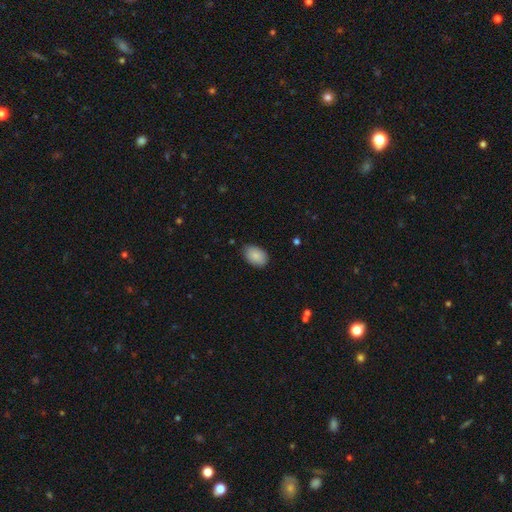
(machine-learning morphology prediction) A smooth galaxy with no disk features (87%) that is in between round and cigar-shaped (87%).

Vote fractions:
- Smooth or featured? smooth: 87% / star or artifact: 7% / featured or disk: 6%
- How rounded? in between: 87% / round: 12% / cigar-shaped: 1%
- Merging? none: 80% / minor disturbance: 16% / major disturbance: 3% / merger: 1%